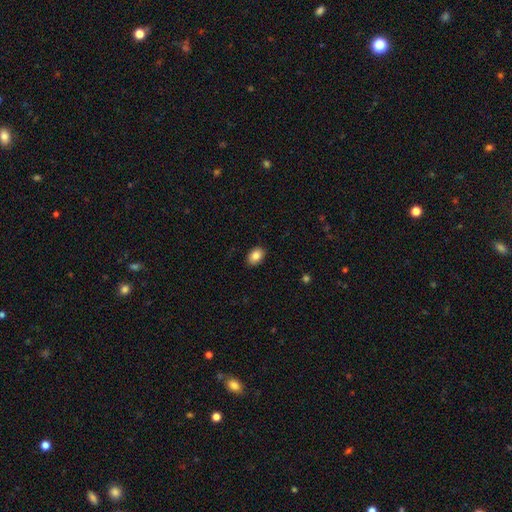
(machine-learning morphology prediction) smooth 86%, star or artifact 8%, featured or disk 6%. Down the decision tree: how rounded — in between (83%); merging — none (89%).